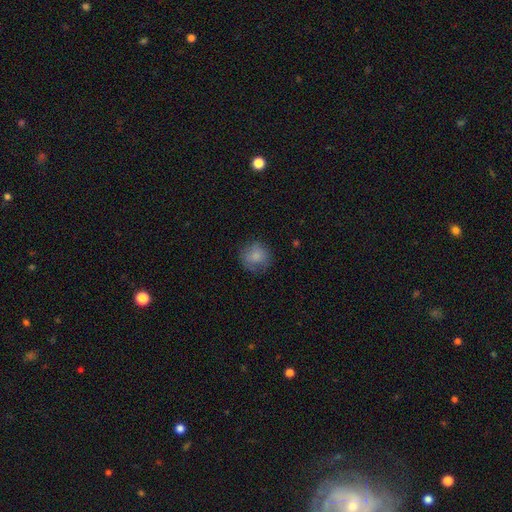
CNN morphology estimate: Overall: smooth (81%). How rounded: round (89%). Merging: none (75%).